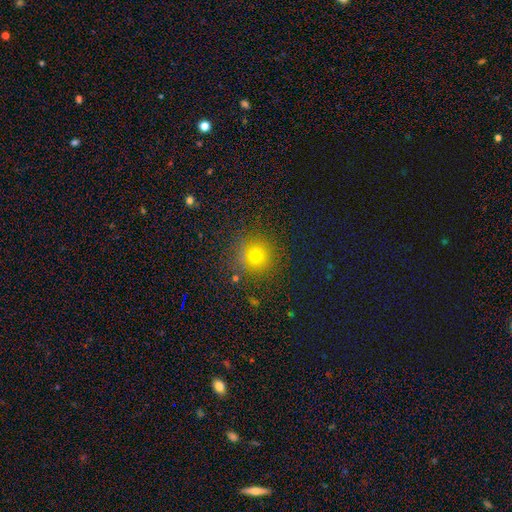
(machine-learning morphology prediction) smooth-or-featured: smooth: 70% | star or artifact: 21% | featured or disk: 9%
  how-rounded: round: 95% | in between: 4% | cigar-shaped: 1%
  merging: none: 86% | minor disturbance: 8% | major disturbance: 3% | merger: 3%